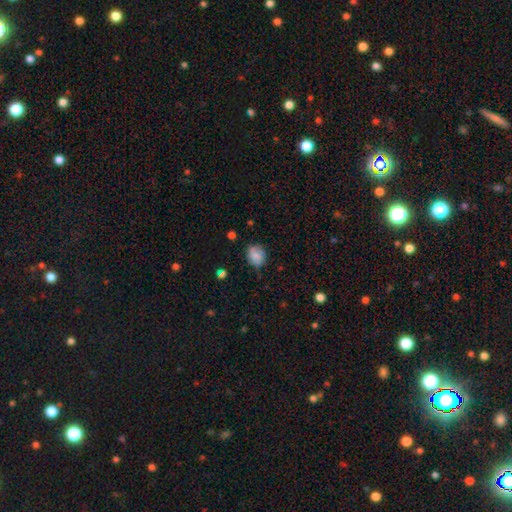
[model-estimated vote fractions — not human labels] Overall: smooth (70%). How rounded: round (51%; in between 48%). Merging: none (67%).